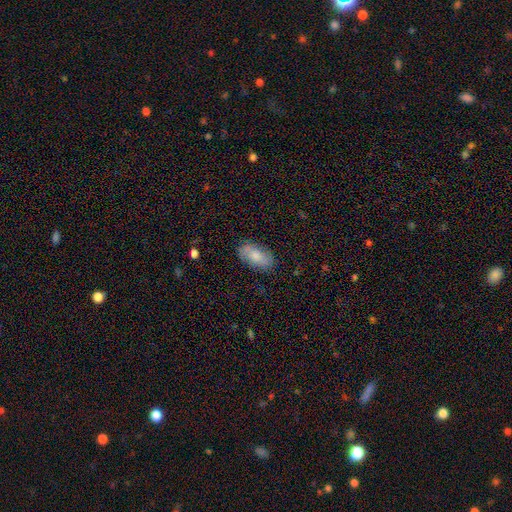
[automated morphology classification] Overall: smooth (76%). How rounded: in between (92%). Merging: none (80%).